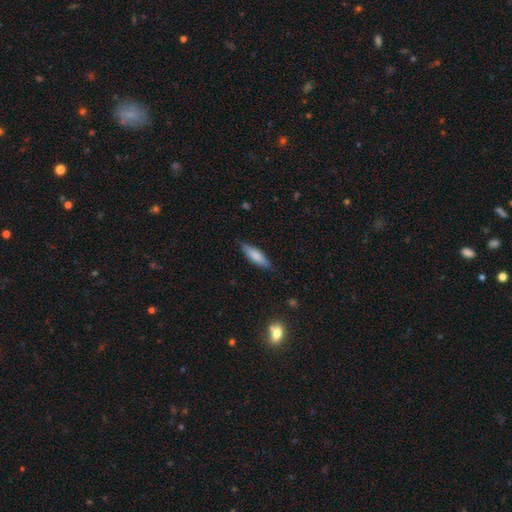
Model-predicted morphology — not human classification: A smooth galaxy with no disk features (73%) that is cigar-shaped (63%). Merging: none (83%).